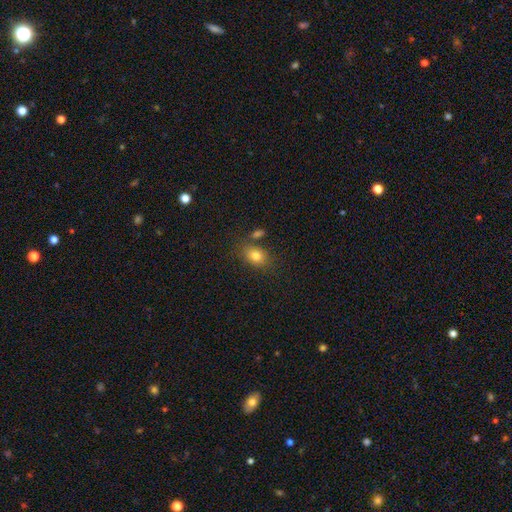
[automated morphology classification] smooth 79%, star or artifact 11%, featured or disk 10%. Down the decision tree: how rounded — in between (71%); merging — none (73%).